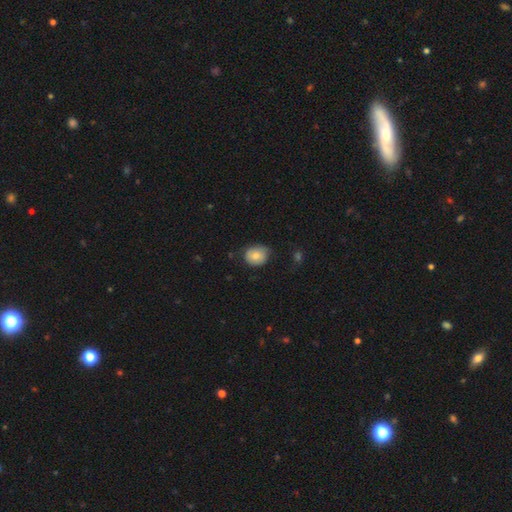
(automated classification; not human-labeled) A smooth galaxy with no disk features (76%) that is round (63%). Merging: none (65%).